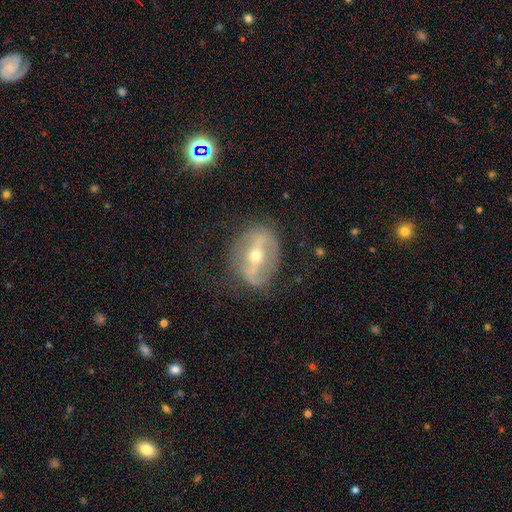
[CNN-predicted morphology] The model was most divided on "bulge size": small: 51%, moderate: 46%, large: 1%, dominant: 1%, none: 1%. More confident: edge-on disk — no (90%); smooth or featured — featured or disk (78%); bar — strong (69%); merging — none (67%); spiral arms — yes (54%).